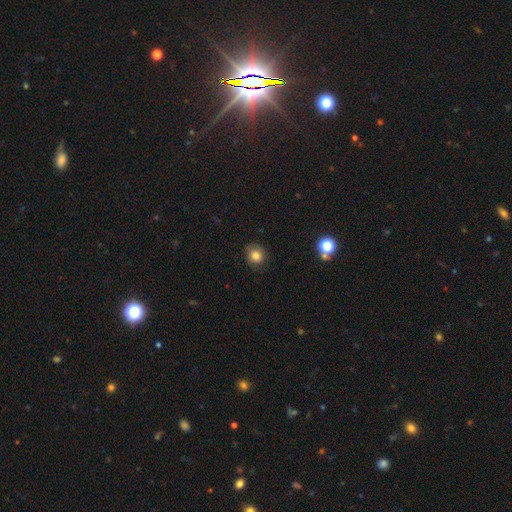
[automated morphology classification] type=smooth (81%); roundness=round (77%); merging=none (79%).